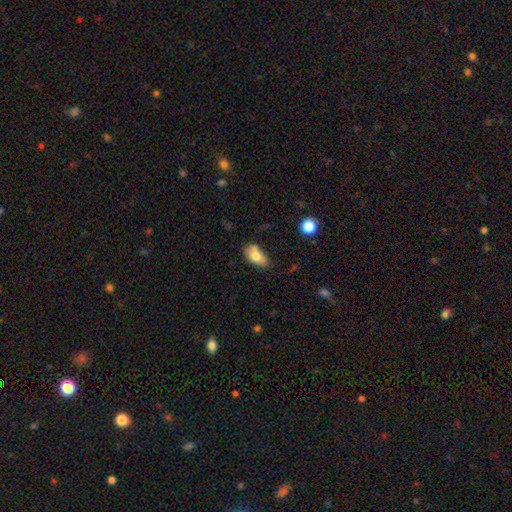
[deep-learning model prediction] smooth-or-featured: smooth: 73% | featured or disk: 19% | star or artifact: 8%
  how-rounded: in between: 89% | round: 7% | cigar-shaped: 3%
  merging: none: 53% | minor disturbance: 23% | merger: 18% | major disturbance: 6%